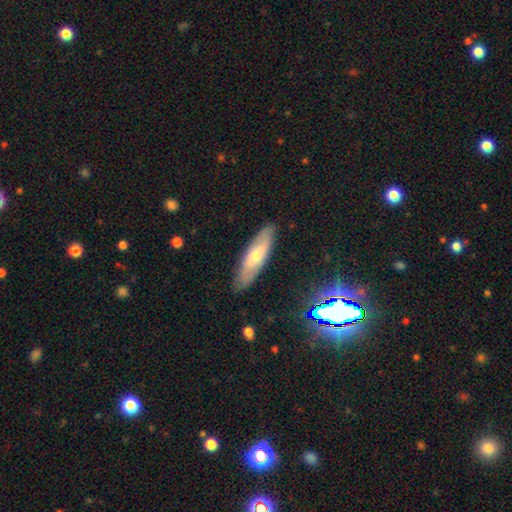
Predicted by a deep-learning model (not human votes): smooth_or_featured: smooth (p=0.48) [alt: featured or disk p=0.44]
merging: none (p=0.86) [alt: minor disturbance p=0.11]